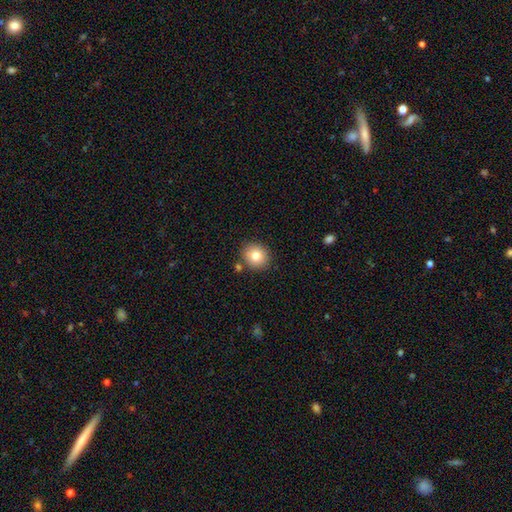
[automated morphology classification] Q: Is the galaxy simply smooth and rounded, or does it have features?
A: smooth — 80%.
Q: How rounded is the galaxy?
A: round — 84%.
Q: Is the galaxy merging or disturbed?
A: none — 84%.